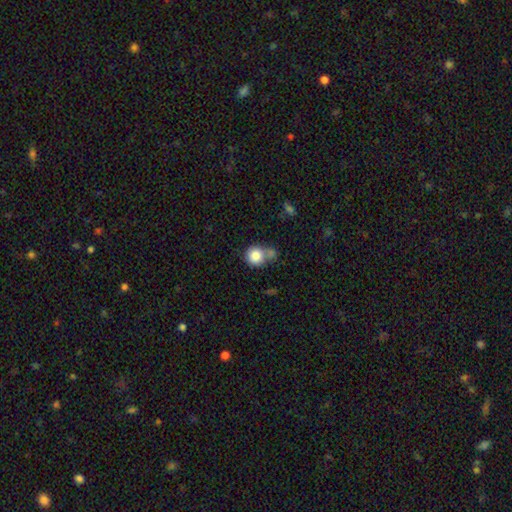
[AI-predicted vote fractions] Smooth or featured? Predicted: smooth (p=0.84). How rounded? Predicted: round (p=0.87). Merging? Predicted: none (p=0.47).